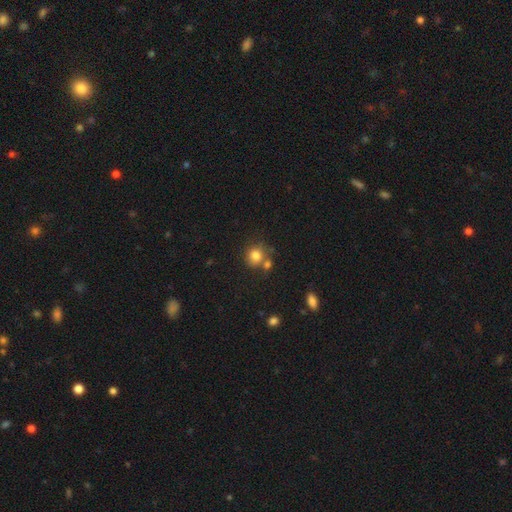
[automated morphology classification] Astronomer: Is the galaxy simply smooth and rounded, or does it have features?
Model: smooth — 81%.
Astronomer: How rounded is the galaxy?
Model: round — 84%.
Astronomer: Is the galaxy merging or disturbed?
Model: none — 60%.